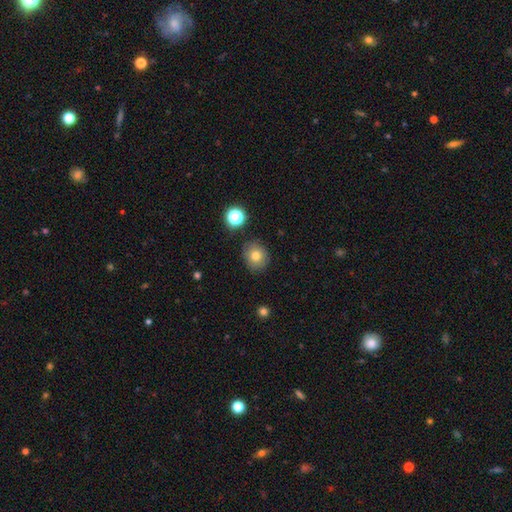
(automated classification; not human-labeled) Smooth or featured? smooth (76%)
How rounded? round (80%)
Merging? none (85%)